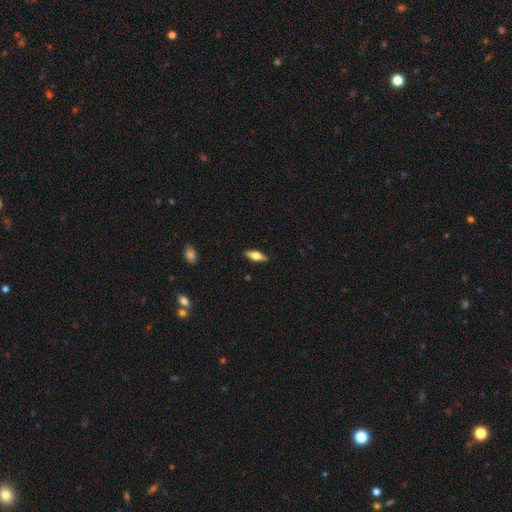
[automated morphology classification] smooth_or_featured: smooth (p=0.54) [alt: featured or disk p=0.40]
how_rounded: in between (p=0.59) [alt: cigar-shaped p=0.38]
merging: none (p=0.88) [alt: minor disturbance p=0.09]